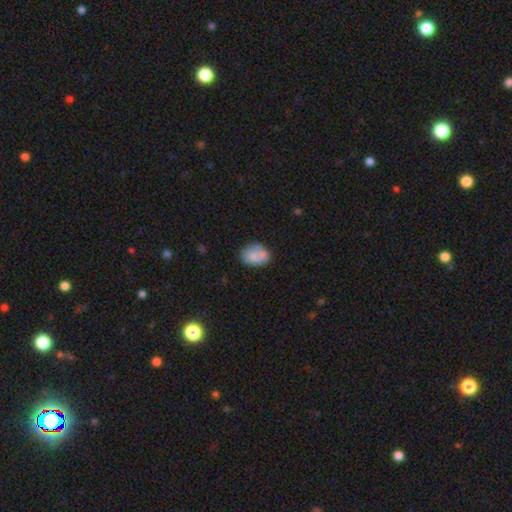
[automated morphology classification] smooth-or-featured: smooth: 63% | featured or disk: 29% | star or artifact: 8%
  how-rounded: in between: 60% | round: 39% | cigar-shaped: 1%
  merging: none: 45% | merger: 23% | minor disturbance: 23% | major disturbance: 9%